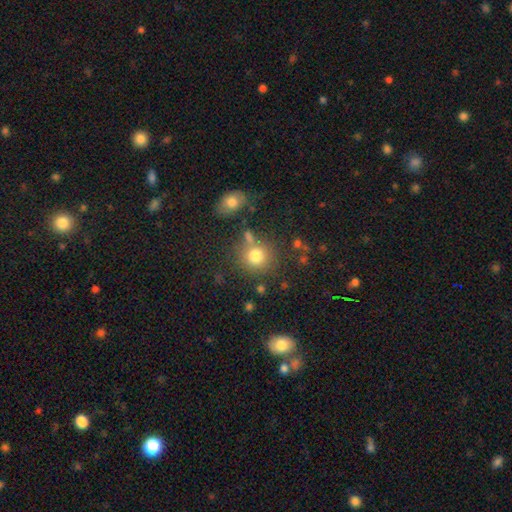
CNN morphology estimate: smooth-or-featured: smooth: 78% | star or artifact: 13% | featured or disk: 8%
  how-rounded: round: 88% | in between: 11% | cigar-shaped: 1%
  merging: none: 72% | merger: 12% | minor disturbance: 11% | major disturbance: 5%